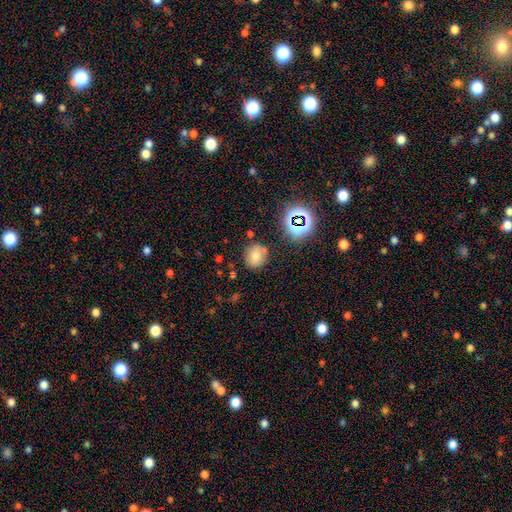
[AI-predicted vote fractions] Overall: smooth (65%). How rounded: round (78%). Merging: none (77%).